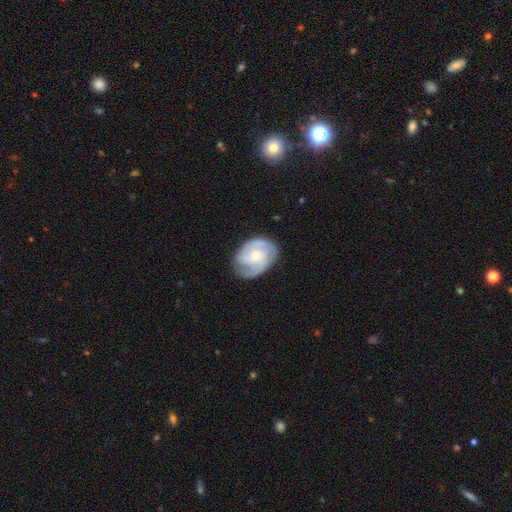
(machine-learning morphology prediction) type=featured or disk (78%); edge-on=no (97%); bar=no (67%); spiral arms=yes (94%); winding=tight (46%); arm count=3 (37%); bulge=small (54%); merging=none (73%).